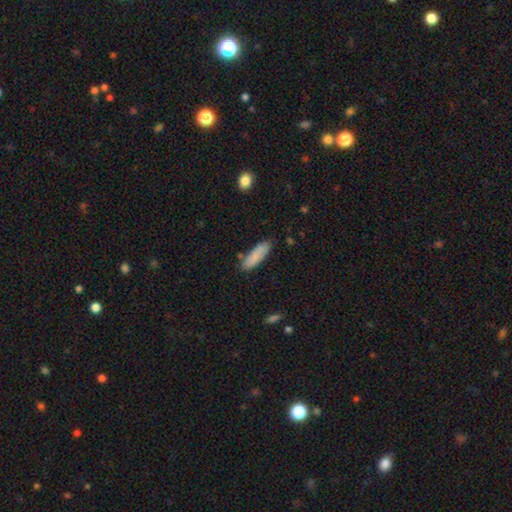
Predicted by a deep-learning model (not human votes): A smooth galaxy with no disk features (85%) that is cigar-shaped (54%).

Vote fractions:
- Smooth or featured? smooth: 85% / featured or disk: 9% / star or artifact: 6%
- How rounded? cigar-shaped: 54% / in between: 44% / round: 2%
- Merging? none: 80% / minor disturbance: 14% / merger: 3% / major disturbance: 3%